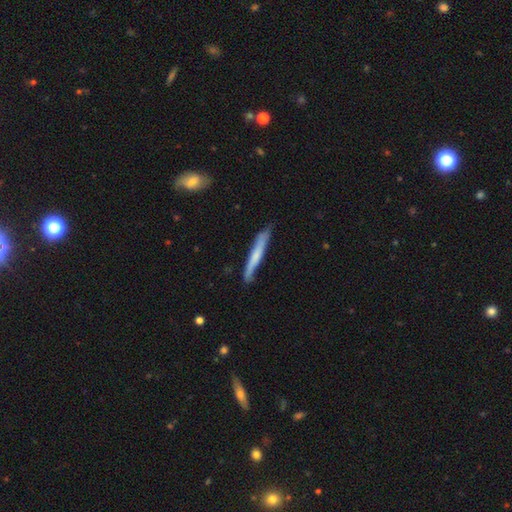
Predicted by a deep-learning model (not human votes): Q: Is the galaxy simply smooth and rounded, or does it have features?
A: smooth — 54%.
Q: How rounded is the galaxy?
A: cigar-shaped — 95%.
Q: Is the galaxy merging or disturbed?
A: none — 78%.